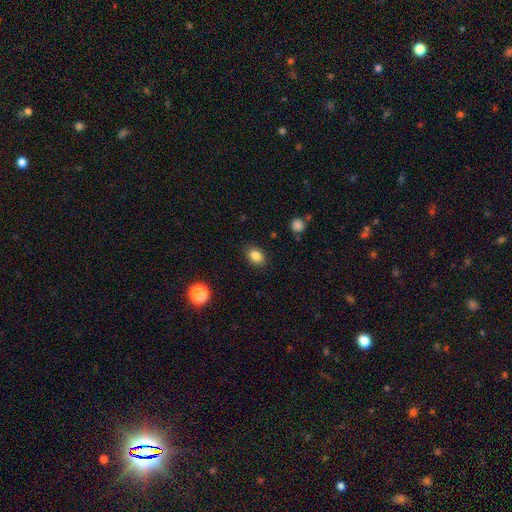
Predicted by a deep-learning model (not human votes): Smooth or featured? smooth (84%)
How rounded? in between (72%)
Merging? none (86%)